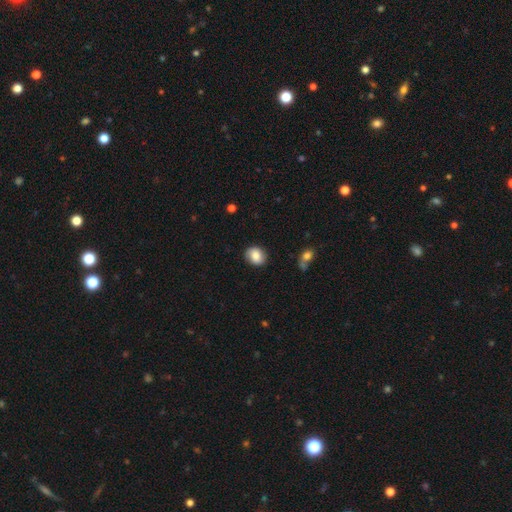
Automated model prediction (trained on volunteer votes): Smooth or featured?
  - smooth: 80% *
  - featured or disk: 13%
  - star or artifact: 8%
How rounded?
  - round: 58% *
  - in between: 41%
  - cigar-shaped: 1%
Merging?
  - none: 85% *
  - minor disturbance: 11%
  - major disturbance: 3%
  - merger: 1%